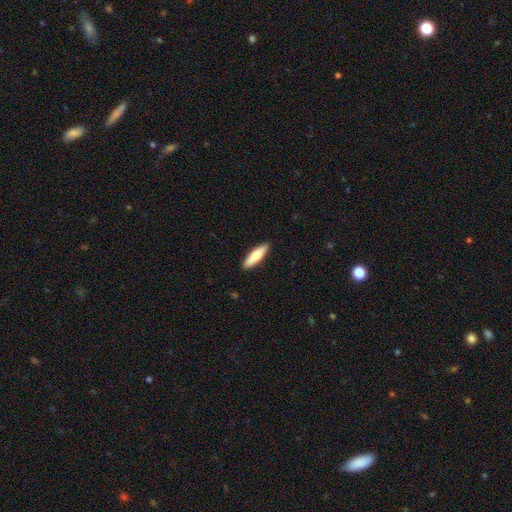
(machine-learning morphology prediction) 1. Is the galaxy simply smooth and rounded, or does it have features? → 74% smooth, 21% featured or disk, 5% star or artifact.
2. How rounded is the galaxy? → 63% cigar-shaped, 36% in between, 2% round.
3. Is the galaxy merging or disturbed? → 90% none, 7% minor disturbance, 1% major disturbance, 1% merger.